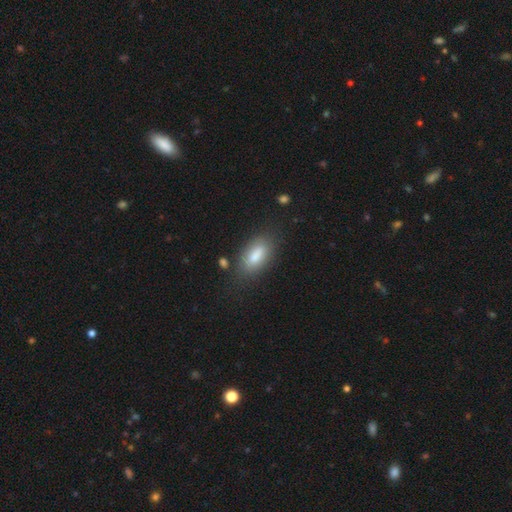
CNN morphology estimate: smooth 81%, featured or disk 12%, star or artifact 7%. Down the decision tree: how rounded — in between (83%); merging — none (75%).